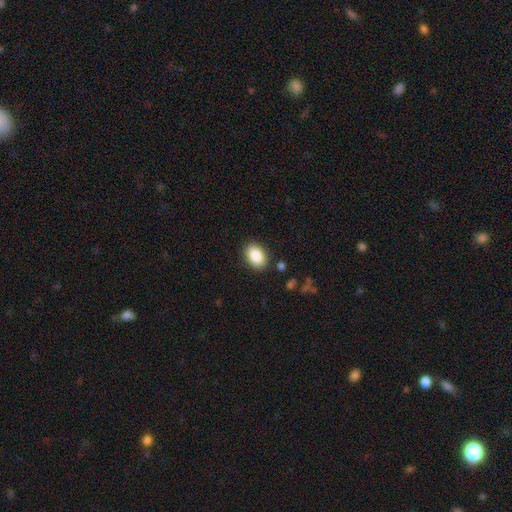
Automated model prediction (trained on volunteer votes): Morphology: type=smooth (87%); roundness=in between (84%); merging=none (87%).